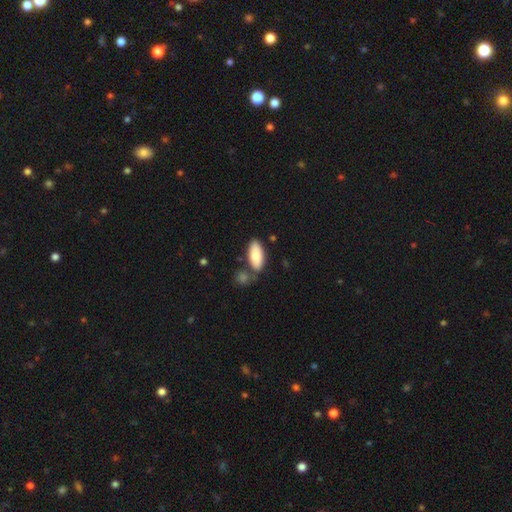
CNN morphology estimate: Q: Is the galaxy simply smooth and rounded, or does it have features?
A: smooth — 85%.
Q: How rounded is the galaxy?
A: in between — 87%.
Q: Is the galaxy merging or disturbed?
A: none — 66%.